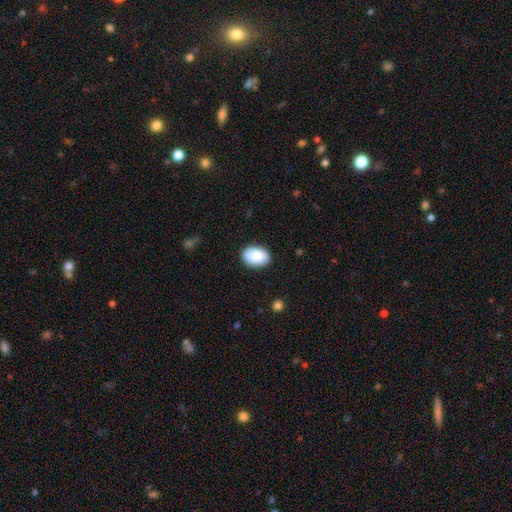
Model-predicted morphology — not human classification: This appears to be a smooth galaxy with no disk features (90%) that is in between round and cigar-shaped (86%). Merging: none (88%).